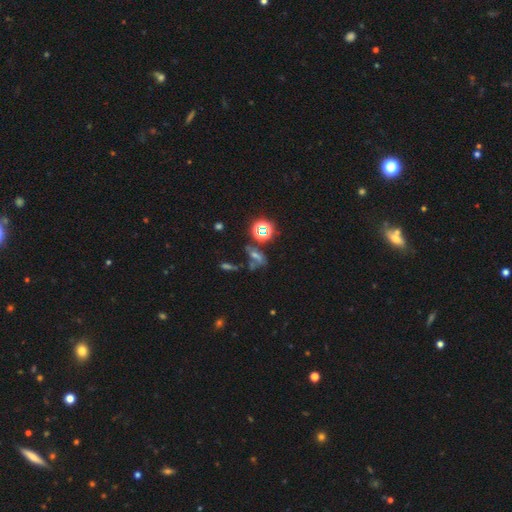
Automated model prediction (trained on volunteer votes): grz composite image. It shows a star or artifact, not a galaxy (48%).